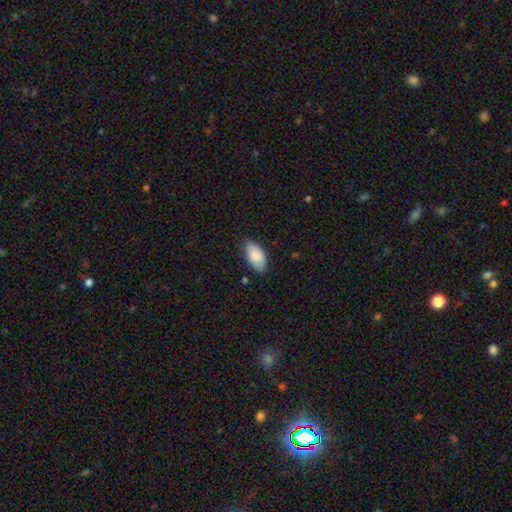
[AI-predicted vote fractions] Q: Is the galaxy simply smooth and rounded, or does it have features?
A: smooth — 86%.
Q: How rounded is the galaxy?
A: in between — 95%.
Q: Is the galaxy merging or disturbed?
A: none — 80%.